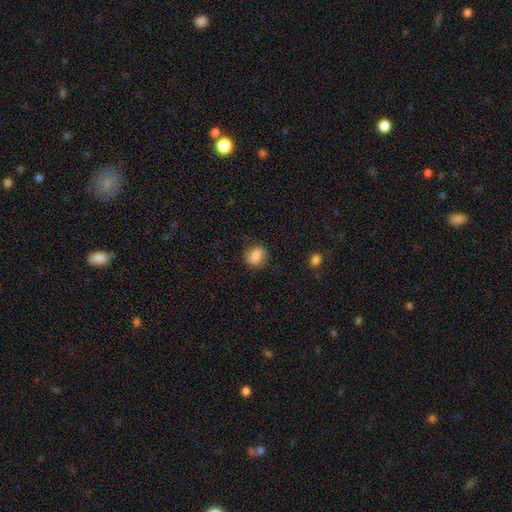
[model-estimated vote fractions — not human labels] Q: Smooth or featured?
A: smooth (73%); runner-up: featured or disk (19%)
Q: How rounded?
A: round (56%); runner-up: in between (43%)
Q: Merging?
A: none (71%); runner-up: minor disturbance (20%)